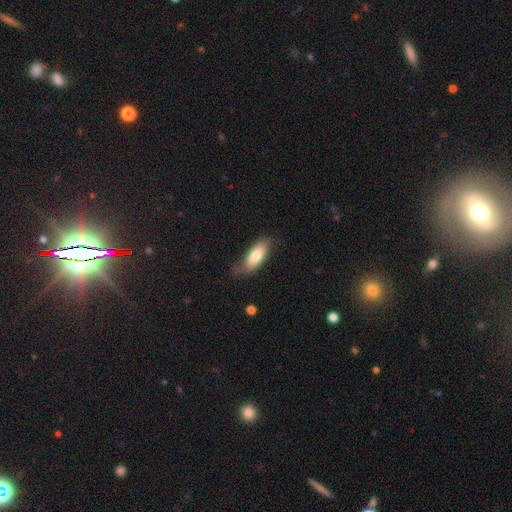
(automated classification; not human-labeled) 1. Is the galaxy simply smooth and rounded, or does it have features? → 77% smooth, 17% featured or disk, 6% star or artifact.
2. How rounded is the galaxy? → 77% in between, 21% cigar-shaped, 2% round.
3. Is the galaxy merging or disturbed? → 63% none, 28% minor disturbance, 7% major disturbance, 2% merger.